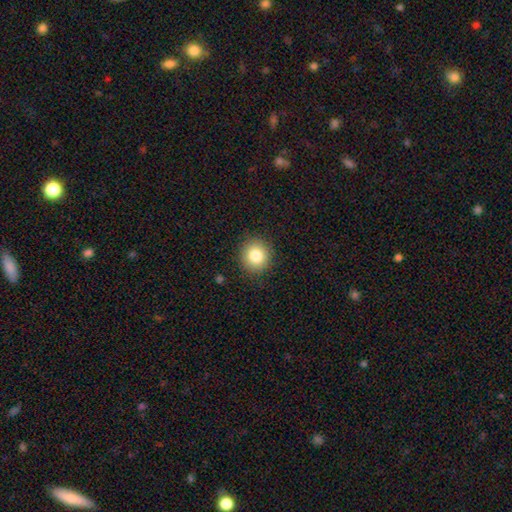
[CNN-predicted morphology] Smooth or featured?
  - smooth: 82% *
  - star or artifact: 10%
  - featured or disk: 7%
How rounded?
  - round: 87% *
  - in between: 12%
  - cigar-shaped: 1%
Merging?
  - none: 89% *
  - minor disturbance: 7%
  - major disturbance: 2%
  - merger: 1%